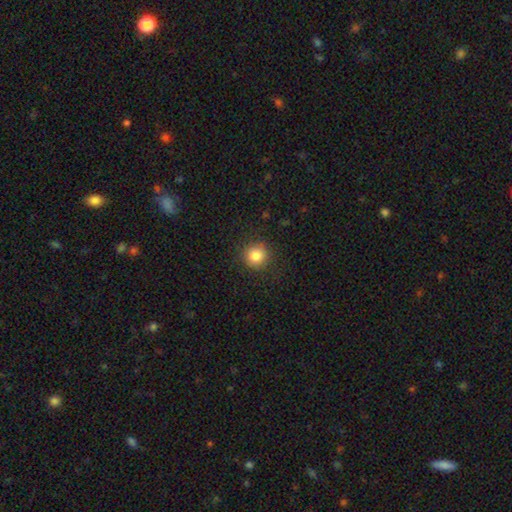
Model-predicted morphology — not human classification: Smooth or featured? Predicted: smooth (p=0.83). How rounded? Predicted: round (p=0.93). Merging? Predicted: none (p=0.89).